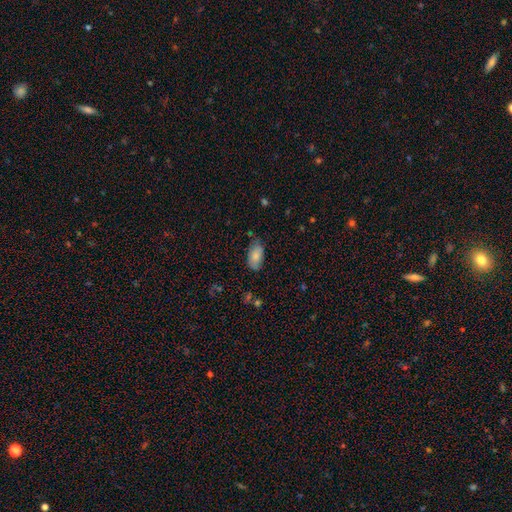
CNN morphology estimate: The model was most divided on "merging": none: 68%, minor disturbance: 25%, major disturbance: 5%, merger: 2%. More confident: how rounded — in between (94%); smooth or featured — smooth (81%).